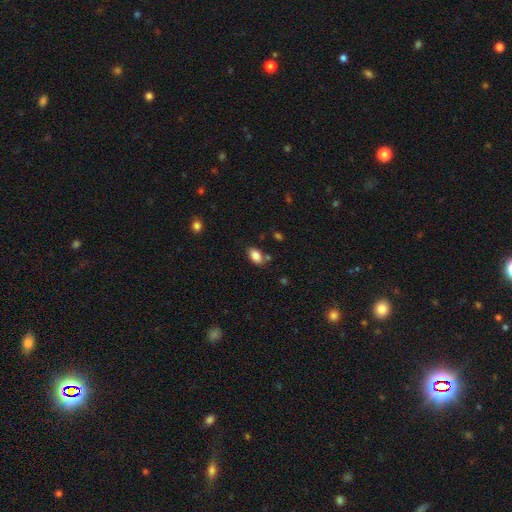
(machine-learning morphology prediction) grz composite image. It shows a smooth galaxy with no disk features (85%) that is in between round and cigar-shaped (90%). Merging: none (74%).